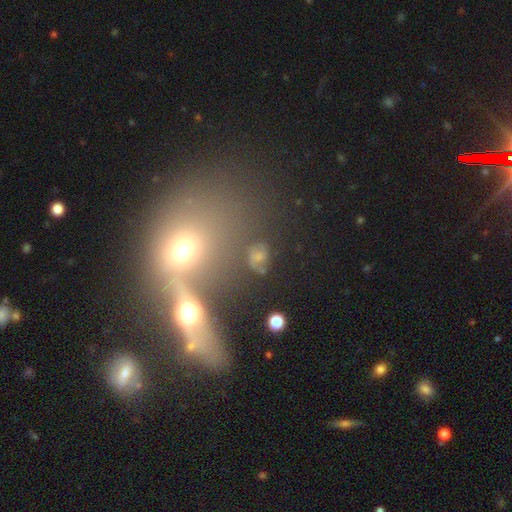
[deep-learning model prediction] This is possibly a smooth galaxy (55%). How rounded: possibly round (53%). Merging: possibly merger (48%).